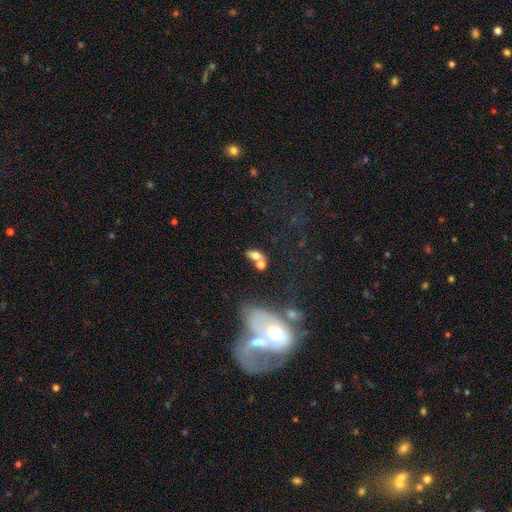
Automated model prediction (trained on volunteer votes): smooth_or_featured: smooth (p=0.71) [alt: featured or disk p=0.16]
how_rounded: in between (p=0.79) [alt: round p=0.18]
merging: merger (p=0.47) [alt: none p=0.34]